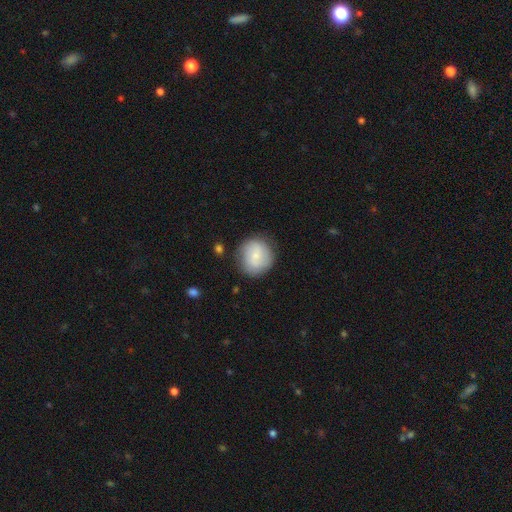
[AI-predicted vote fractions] A smooth galaxy with no disk features (65%) that is round (86%). Merging: none (78%).